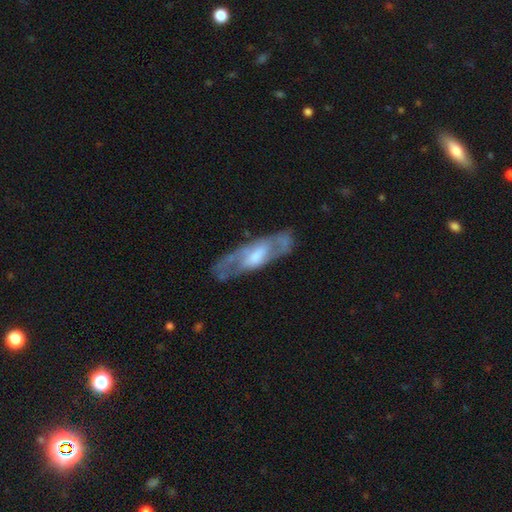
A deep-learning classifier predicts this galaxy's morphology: The model was most divided on "bar" (2-way tie): weak: 41%, no: 41%, strong: 18%. Remaining: edge-on disk — no (74%); merging — none (72%); smooth or featured — featured or disk (69%); spiral arms — yes (65%); bulge size — moderate (48%).